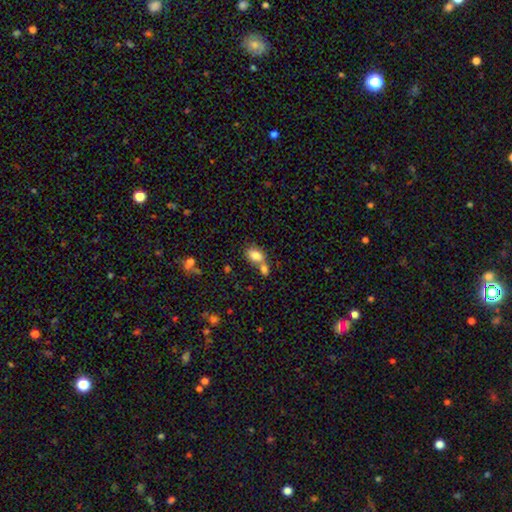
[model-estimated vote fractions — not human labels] smooth_or_featured: smooth (p=0.81) [alt: featured or disk p=0.10]
how_rounded: in between (p=0.83) [alt: round p=0.15]
merging: merger (p=0.50) [alt: none p=0.35]